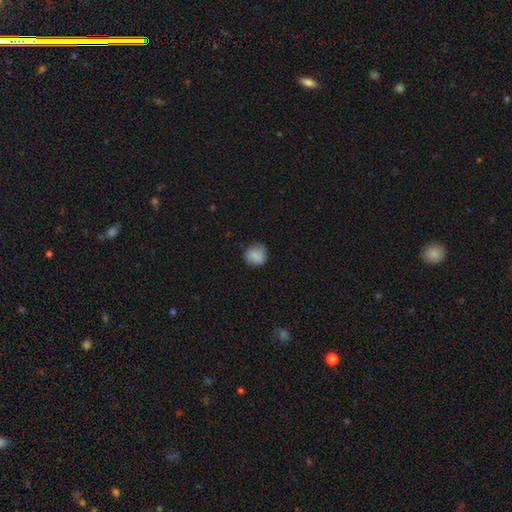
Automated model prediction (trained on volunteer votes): This is clearly a smooth galaxy (86%). How rounded: clearly round (86%). Merging: likely none (80%).